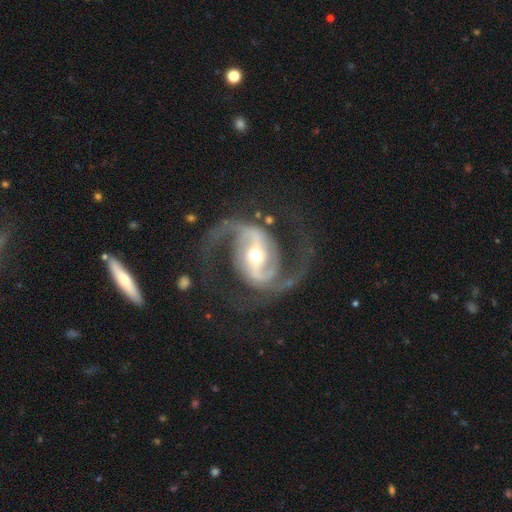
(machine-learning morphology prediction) type=featured or disk (92%); edge-on=no (98%); bar=strong (59%); spiral arms=yes (97%); winding=medium (58%); arm count=2 (94%); bulge=moderate (69%); merging=none (77%).